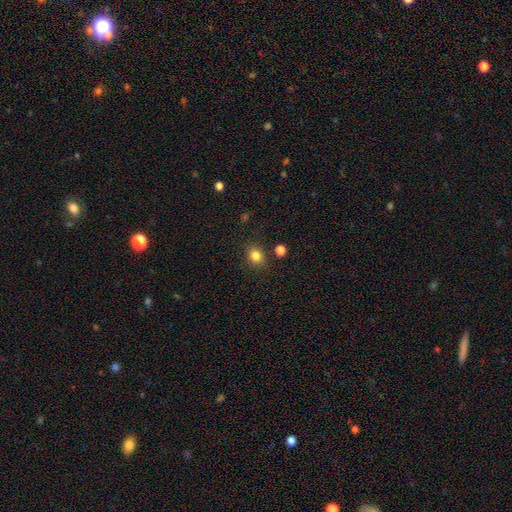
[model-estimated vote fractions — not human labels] Smooth or featured: smooth — 83% (star or artifact — 12%)
How rounded: round — 67% (in between — 33%)
Merging: none — 85% (minor disturbance — 9%)